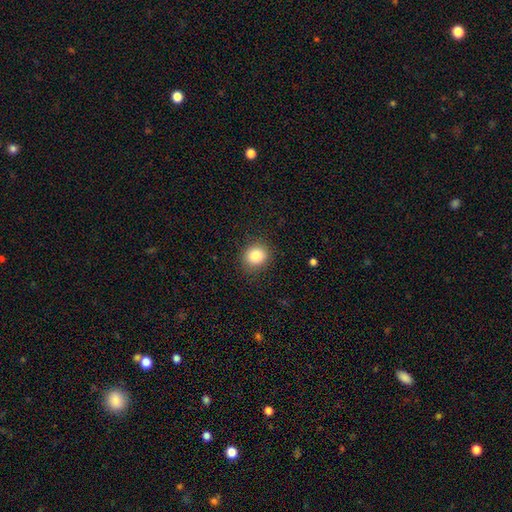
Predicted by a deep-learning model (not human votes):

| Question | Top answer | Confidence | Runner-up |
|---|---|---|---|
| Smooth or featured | smooth | 85% | star or artifact (10%) |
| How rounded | round | 79% | in between (20%) |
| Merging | none | 88% | minor disturbance (8%) |